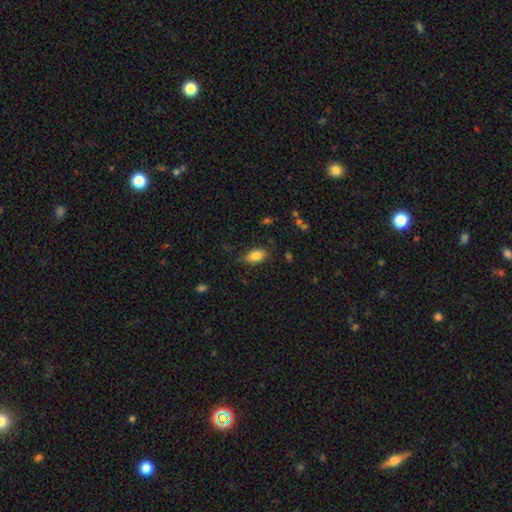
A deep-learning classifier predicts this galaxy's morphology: Smooth or featured? Predicted: smooth (p=0.84). How rounded? Predicted: in between (p=0.90). Merging? Predicted: none (p=0.77).